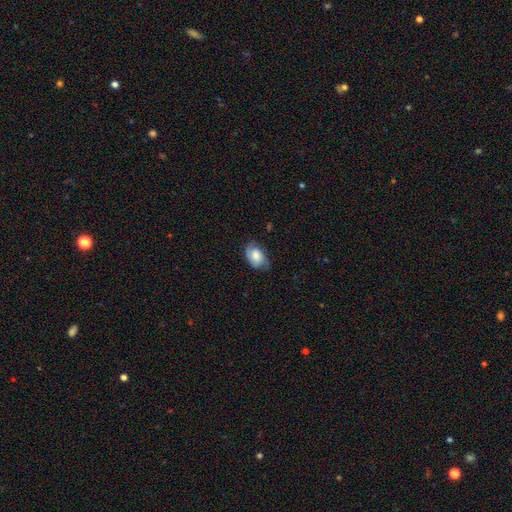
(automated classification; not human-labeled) Q: Smooth or featured?
A: smooth (62%); runner-up: featured or disk (30%)
Q: How rounded?
A: in between (86%); runner-up: round (13%)
Q: Merging?
A: none (67%); runner-up: minor disturbance (25%)